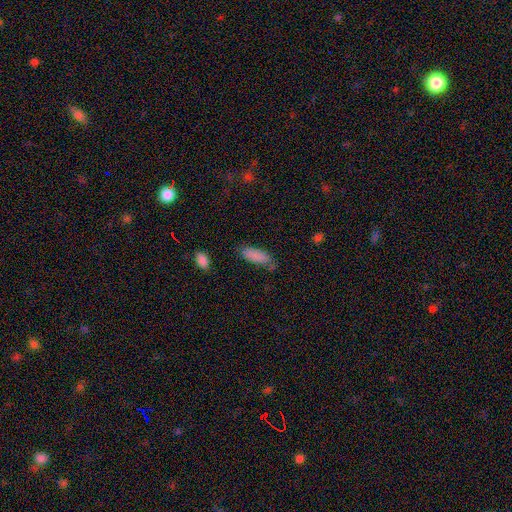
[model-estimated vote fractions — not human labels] Overall: smooth (86%). How rounded: in between (68%; cigar-shaped 30%). Merging: none (64%; minor disturbance 26%).